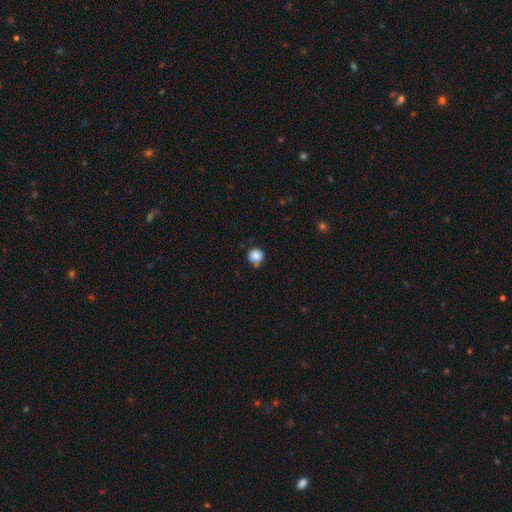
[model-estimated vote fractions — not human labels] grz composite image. It shows a smooth galaxy with no disk features (86%) that is round (94%). Merging: none (77%).